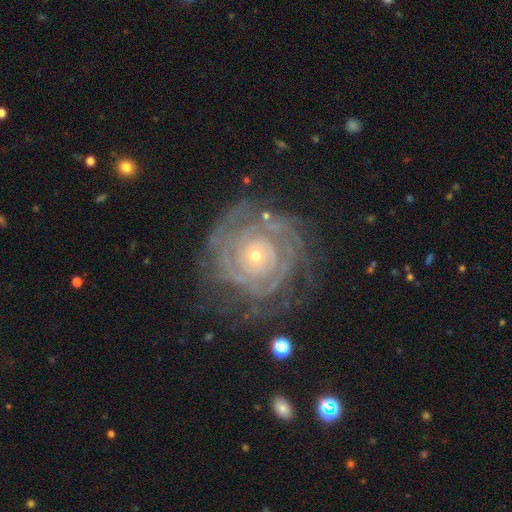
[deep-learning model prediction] Smooth or featured? Predicted: featured or disk (p=0.88). Edge-on disk? Predicted: no (p=0.97). Bar? Predicted: no (p=0.84). Spiral arms? Predicted: yes (p=0.95). Spiral winding? Predicted: tight (p=0.84). Spiral arm count? Predicted: can't tell (p=0.34). Bulge size? Predicted: small (p=0.64). Merging? Predicted: none (p=0.68).